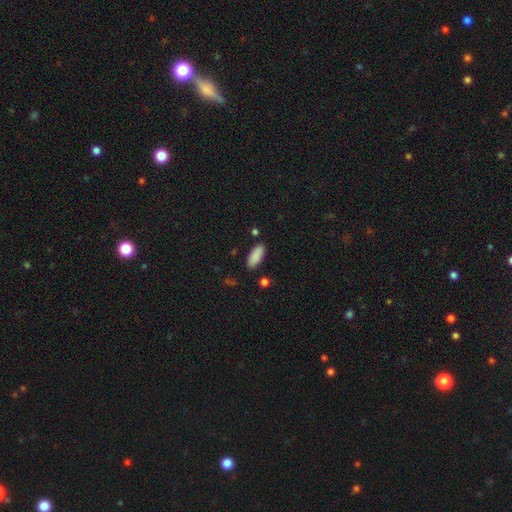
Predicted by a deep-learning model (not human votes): A smooth galaxy with no disk features (89%) that is in between round and cigar-shaped (82%). Merging: none (85%).